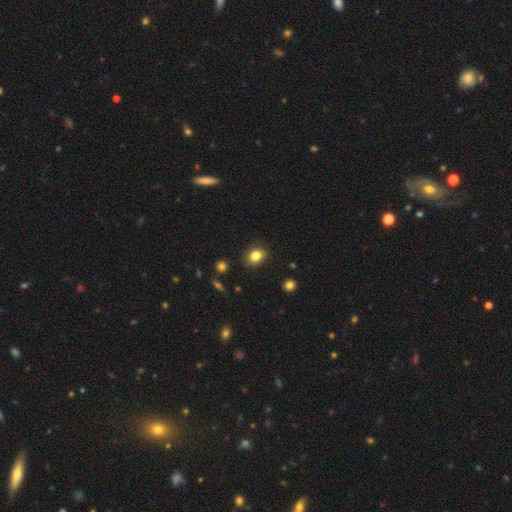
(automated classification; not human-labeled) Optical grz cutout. It shows a smooth galaxy with no disk features (83%) that is in between round and cigar-shaped (52%). Merging: none (86%).